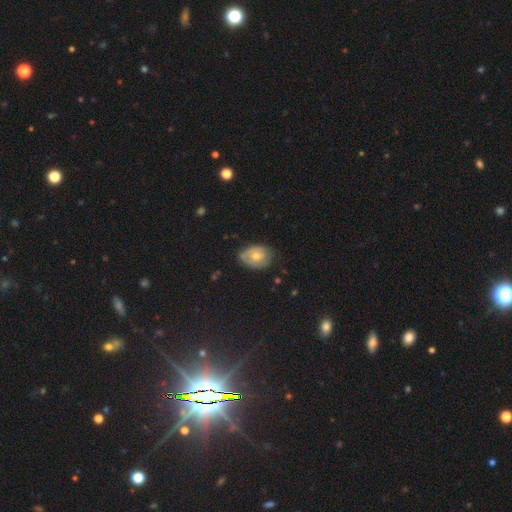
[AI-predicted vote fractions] smooth_or_featured: smooth (p=0.56) [alt: featured or disk p=0.36]
how_rounded: in between (p=0.70) [alt: round p=0.29]
merging: none (p=0.65) [alt: minor disturbance p=0.28]